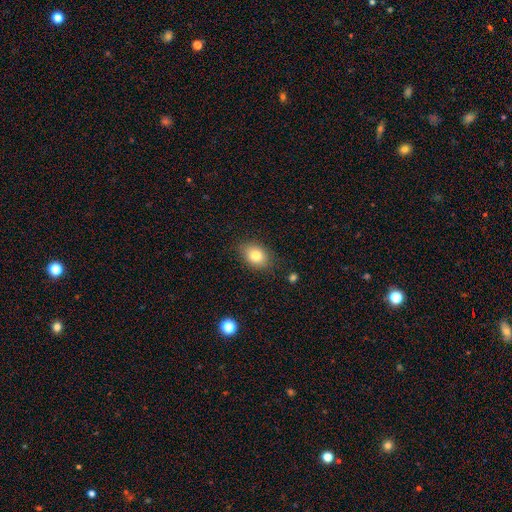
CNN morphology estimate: Overall: smooth (80%). How rounded: in between (74%). Merging: none (83%).